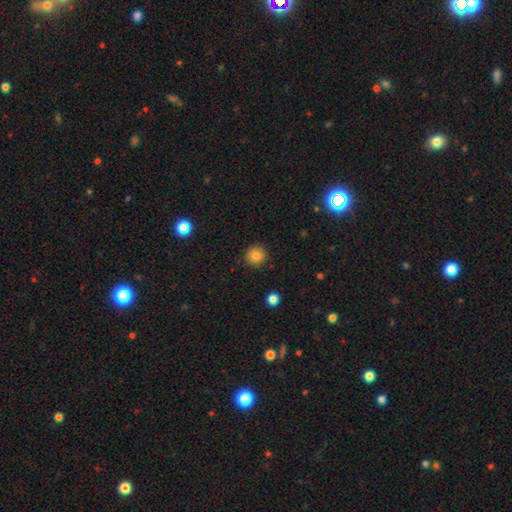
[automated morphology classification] Smooth or featured?
  - smooth: 83% *
  - star or artifact: 11%
  - featured or disk: 6%
How rounded?
  - round: 94% *
  - in between: 5%
  - cigar-shaped: 1%
Merging?
  - none: 91% *
  - minor disturbance: 6%
  - major disturbance: 2%
  - merger: 1%